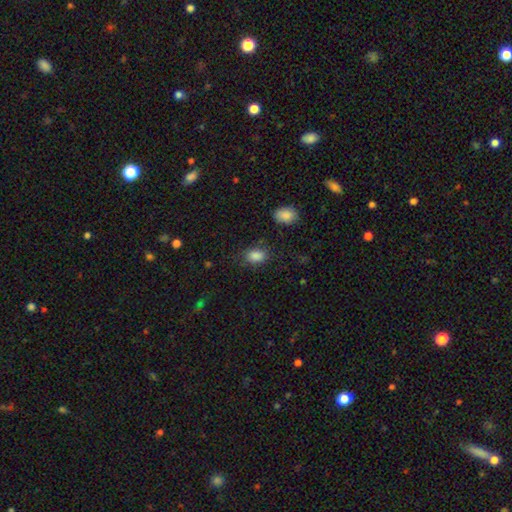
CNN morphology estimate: smooth-or-featured: smooth: 86% | star or artifact: 10% | featured or disk: 4%
  how-rounded: in between: 82% | round: 16% | cigar-shaped: 1%
  merging: none: 75% | minor disturbance: 17% | major disturbance: 6% | merger: 3%